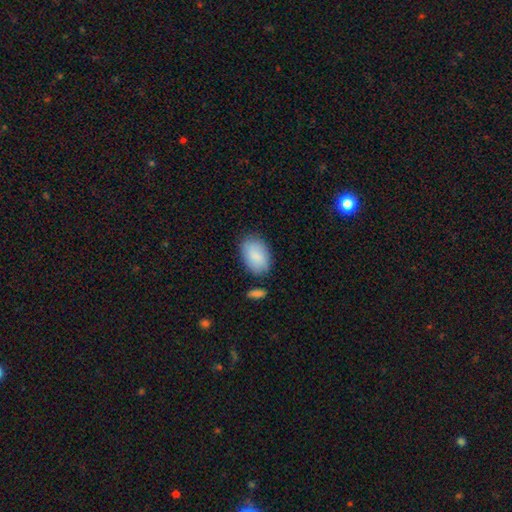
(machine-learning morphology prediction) A smooth galaxy with no disk features (86%) that is in between round and cigar-shaped (91%).

Vote fractions:
- Smooth or featured? smooth: 86% / featured or disk: 8% / star or artifact: 6%
- How rounded? in between: 91% / round: 8% / cigar-shaped: 1%
- Merging? none: 75% / minor disturbance: 17% / merger: 5% / major disturbance: 4%